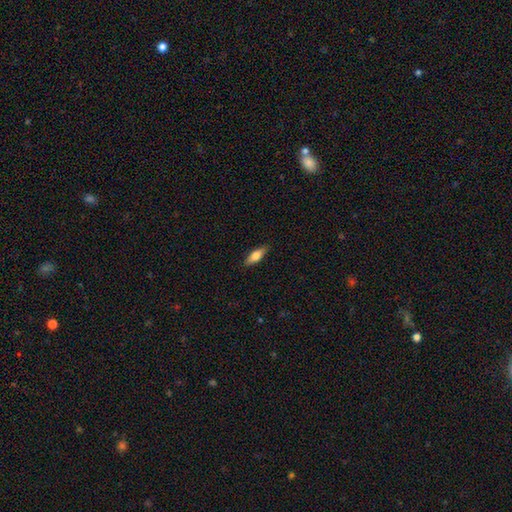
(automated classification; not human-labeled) Smooth or featured? Predicted: smooth (p=0.69). How rounded? Predicted: in between (p=0.61). Merging? Predicted: none (p=0.88).